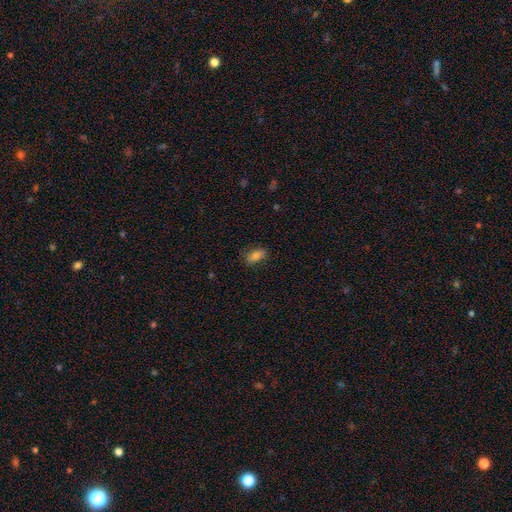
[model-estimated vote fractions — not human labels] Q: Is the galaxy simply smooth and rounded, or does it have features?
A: smooth — 77%.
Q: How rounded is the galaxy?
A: in between — 88%.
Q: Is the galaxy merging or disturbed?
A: none — 82%.